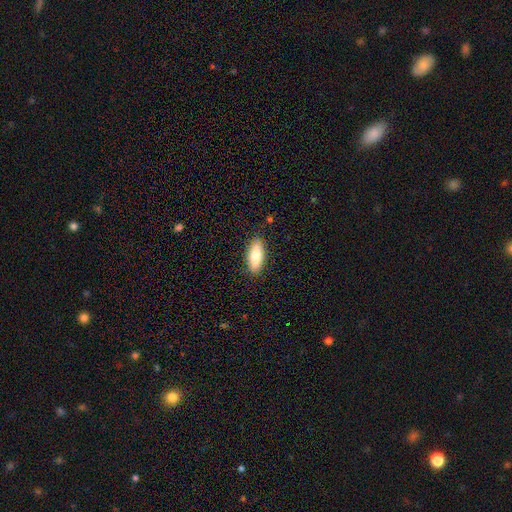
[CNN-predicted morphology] Smooth or featured?
  - smooth: 71% *
  - featured or disk: 23%
  - star or artifact: 6%
How rounded?
  - in between: 72% *
  - cigar-shaped: 26%
  - round: 2%
Merging?
  - none: 87% *
  - minor disturbance: 10%
  - major disturbance: 2%
  - merger: 1%